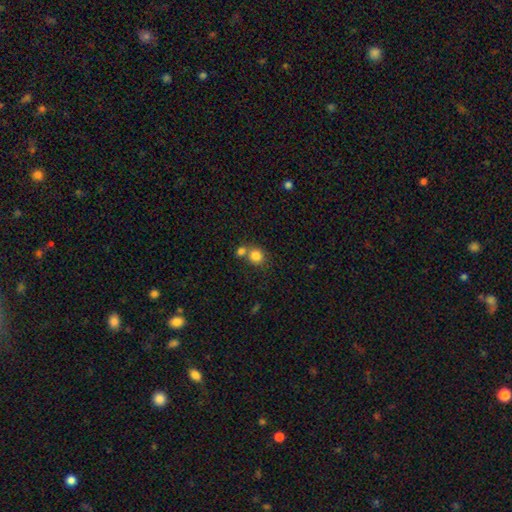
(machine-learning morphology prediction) Smooth or featured? Predicted: smooth (p=0.83). How rounded? Predicted: round (p=0.82). Merging? Predicted: none (p=0.51).